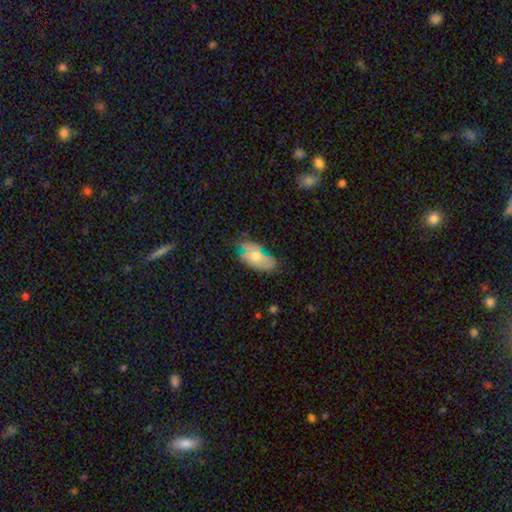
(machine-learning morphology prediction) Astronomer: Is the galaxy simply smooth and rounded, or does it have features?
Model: smooth — 58% (runner-up: featured or disk, 34%).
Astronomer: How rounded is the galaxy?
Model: in between — 91%.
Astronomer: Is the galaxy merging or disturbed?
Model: none — 53% (runner-up: minor disturbance, 34%).